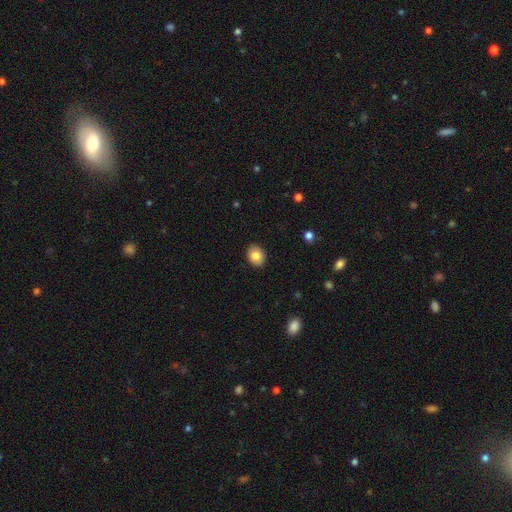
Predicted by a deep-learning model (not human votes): A smooth galaxy with no disk features (83%) that is round (53%).

Vote fractions:
- Smooth or featured? smooth: 83% / star or artifact: 9% / featured or disk: 9%
- How rounded? round: 53% / in between: 46% / cigar-shaped: 1%
- Merging? none: 90% / minor disturbance: 7% / major disturbance: 2% / merger: 1%